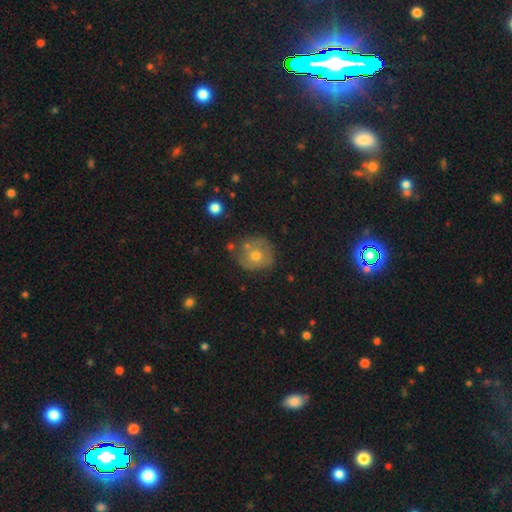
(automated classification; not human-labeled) smooth_or_featured: smooth (p=0.58) [alt: featured or disk p=0.32]
how_rounded: round (p=0.86) [alt: in between p=0.13]
merging: none (p=0.64) [alt: minor disturbance p=0.20]